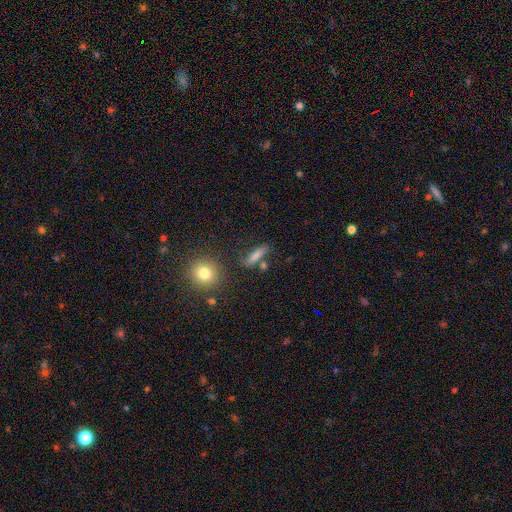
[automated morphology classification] Smooth or featured? smooth (68%)
How rounded? cigar-shaped (68%)
Merging? none (71%)